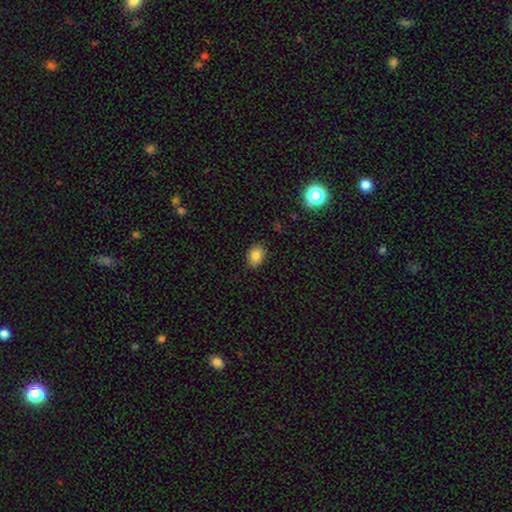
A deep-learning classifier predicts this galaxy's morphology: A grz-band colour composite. It shows a smooth galaxy with no disk features (85%) that is in between round and cigar-shaped (72%). Merging: none (87%).